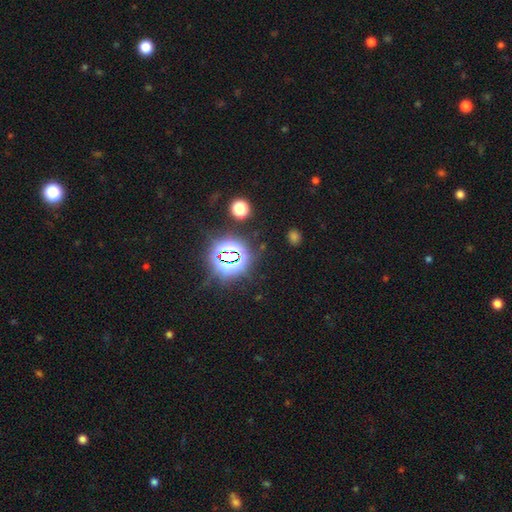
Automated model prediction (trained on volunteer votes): Smooth or featured? star or artifact (83%)